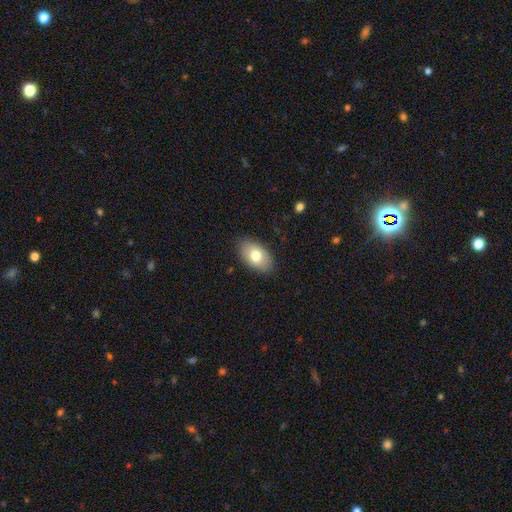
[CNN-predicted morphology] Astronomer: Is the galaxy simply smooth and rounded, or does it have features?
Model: smooth — 75%.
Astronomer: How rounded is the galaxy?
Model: in between — 92%.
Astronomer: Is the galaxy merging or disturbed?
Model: none — 86%.